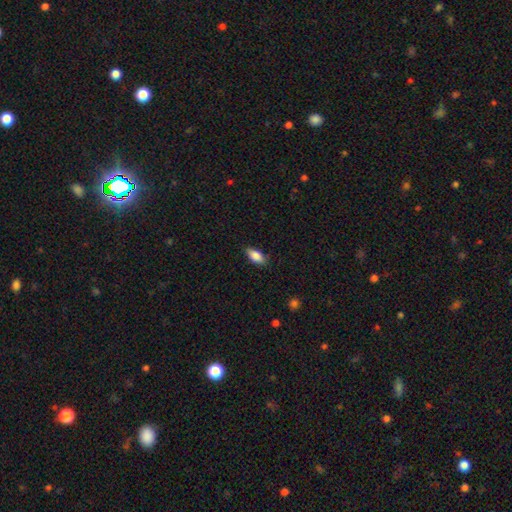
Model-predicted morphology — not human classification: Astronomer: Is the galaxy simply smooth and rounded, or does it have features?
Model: smooth — 85%.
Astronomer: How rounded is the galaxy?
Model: in between — 88%.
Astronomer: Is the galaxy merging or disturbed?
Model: none — 81%.